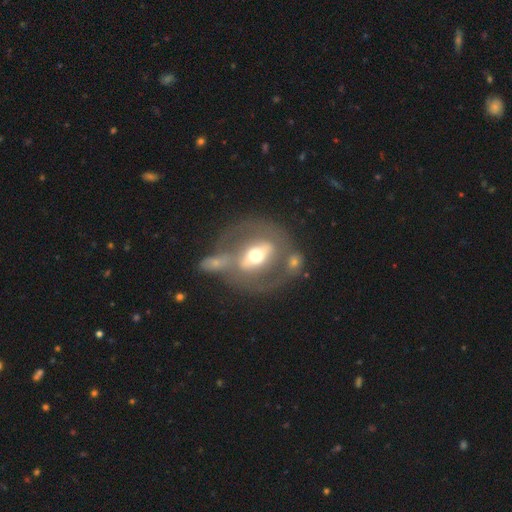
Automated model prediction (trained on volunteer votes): Smooth or featured? Predicted: featured or disk (p=0.67). Edge-on disk? Predicted: no (p=0.88). Bar? Predicted: strong (p=0.53). Spiral arms? Predicted: no (p=0.72). Bulge size? Predicted: moderate (p=0.70). Merging? Predicted: none (p=0.47).